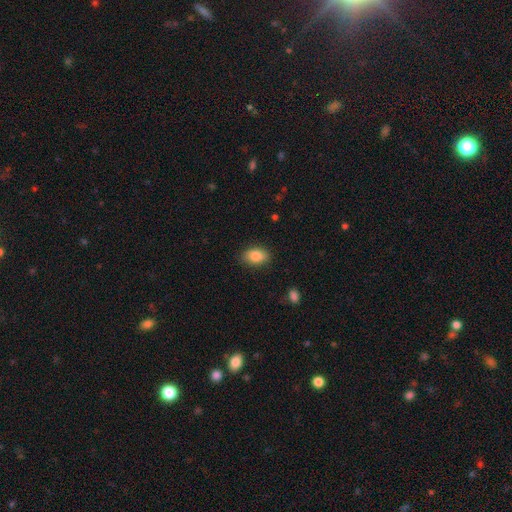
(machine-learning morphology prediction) A smooth galaxy with no disk features (87%) that is in between round and cigar-shaped (88%).

Vote fractions:
- Smooth or featured? smooth: 87% / star or artifact: 7% / featured or disk: 6%
- How rounded? in between: 88% / round: 10% / cigar-shaped: 2%
- Merging? none: 85% / minor disturbance: 11% / major disturbance: 3% / merger: 1%